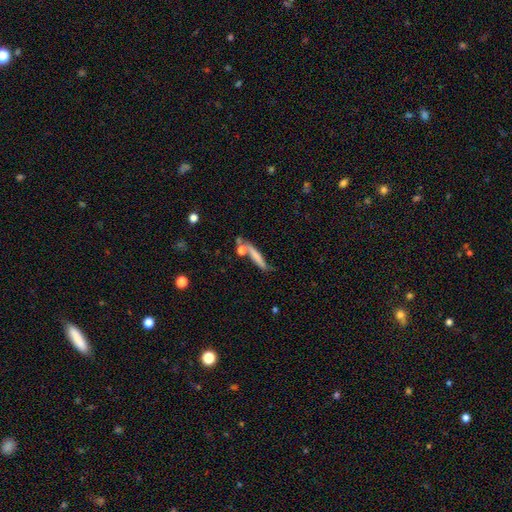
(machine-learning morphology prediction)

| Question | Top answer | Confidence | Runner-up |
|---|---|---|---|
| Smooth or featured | smooth | 70% | featured or disk (23%) |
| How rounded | cigar-shaped | 89% | in between (8%) |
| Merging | none | 65% | minor disturbance (16%) |